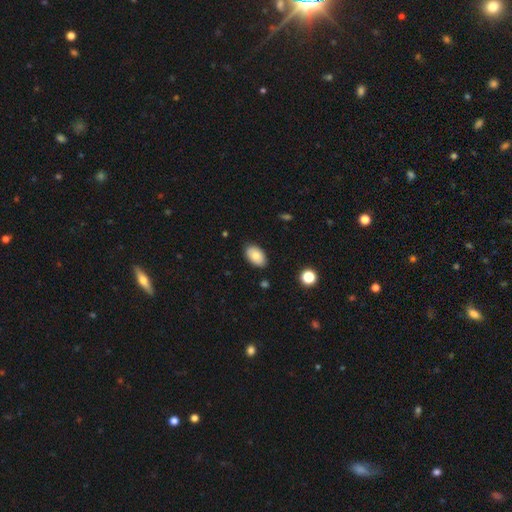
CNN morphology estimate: type=smooth (80%); roundness=in between (93%); merging=none (87%).